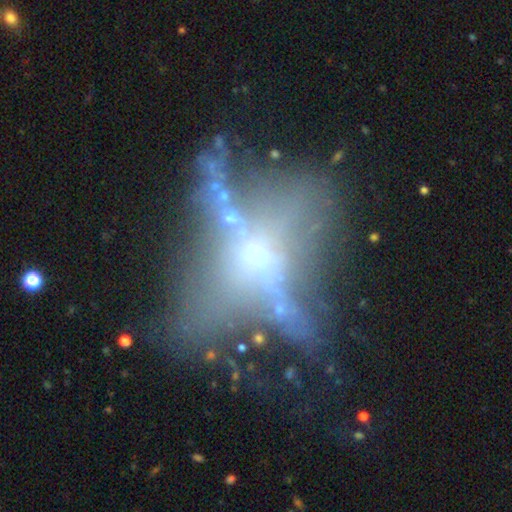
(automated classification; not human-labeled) A featured or disk galaxy (60%).

Vote fractions:
- Smooth or featured? featured or disk: 60% / smooth: 20% / star or artifact: 19%
- Edge-on disk? no: 58% / yes: 42%
- Merging? none: 39% / major disturbance: 30% / minor disturbance: 20% / merger: 12%